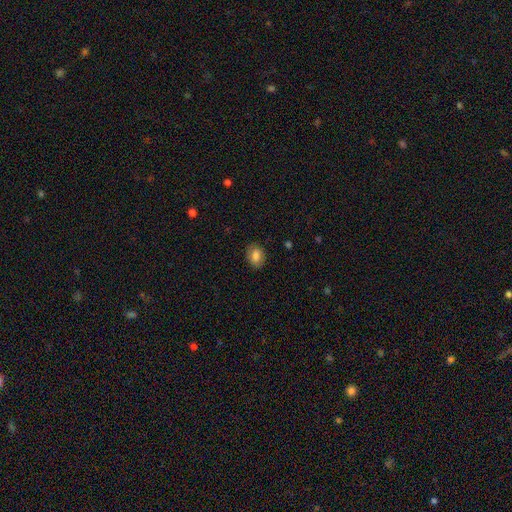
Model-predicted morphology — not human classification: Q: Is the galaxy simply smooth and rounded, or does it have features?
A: smooth — 81%.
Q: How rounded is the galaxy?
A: in between — 64%.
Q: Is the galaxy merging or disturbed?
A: none — 84%.